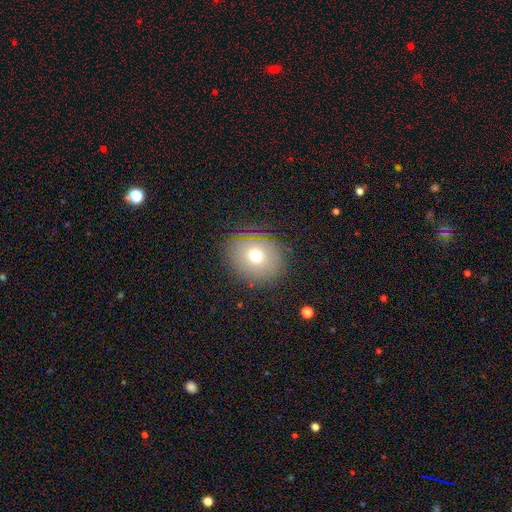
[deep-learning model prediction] Smooth or featured?
  - smooth: 69% *
  - star or artifact: 16%
  - featured or disk: 15%
How rounded?
  - round: 74% *
  - in between: 25%
  - cigar-shaped: 1%
Merging?
  - none: 86% *
  - minor disturbance: 9%
  - major disturbance: 4%
  - merger: 1%